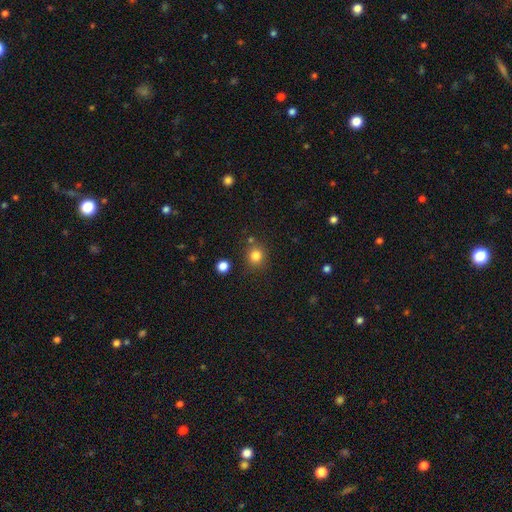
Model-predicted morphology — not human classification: The model was most divided on "smooth or featured": smooth: 82%, star or artifact: 13%, featured or disk: 5%. More confident: how rounded — round (87%); merging — none (83%).